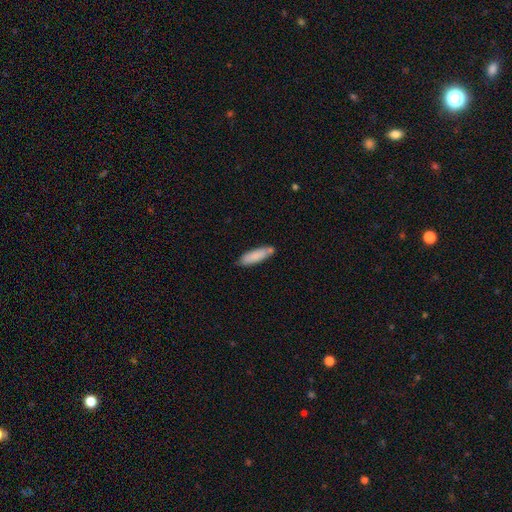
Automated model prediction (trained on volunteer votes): This appears to be a smooth galaxy with no disk features (83%) that is cigar-shaped (58%). Merging: none (70%).